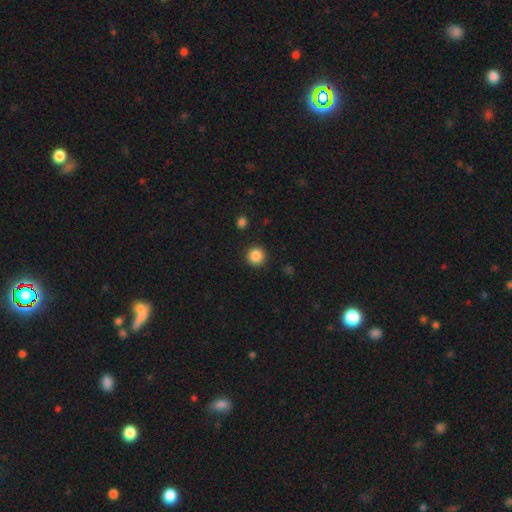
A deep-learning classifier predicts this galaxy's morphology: Overall: smooth (87%). How rounded: round (95%). Merging: none (91%).